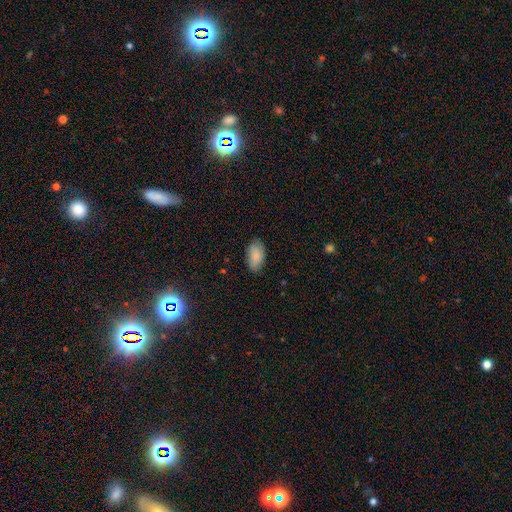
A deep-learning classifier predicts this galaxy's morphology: The model was most divided on "merging": none: 81%, minor disturbance: 15%, major disturbance: 3%, merger: 1%. More confident: how rounded — in between (94%); smooth or featured — smooth (86%).